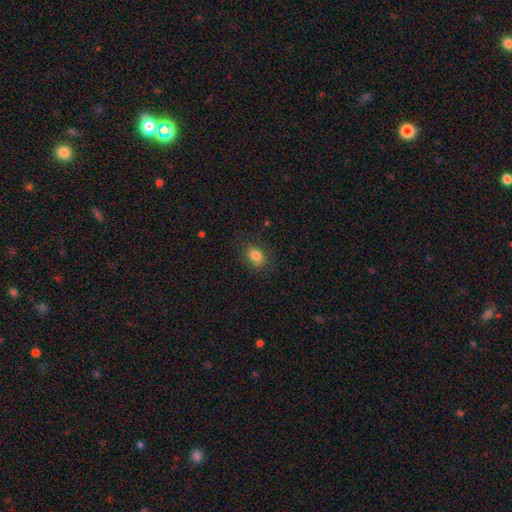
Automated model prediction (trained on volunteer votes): Q: Smooth or featured?
A: smooth (83%); runner-up: star or artifact (10%)
Q: How rounded?
A: in between (71%); runner-up: round (27%)
Q: Merging?
A: none (81%); runner-up: minor disturbance (14%)